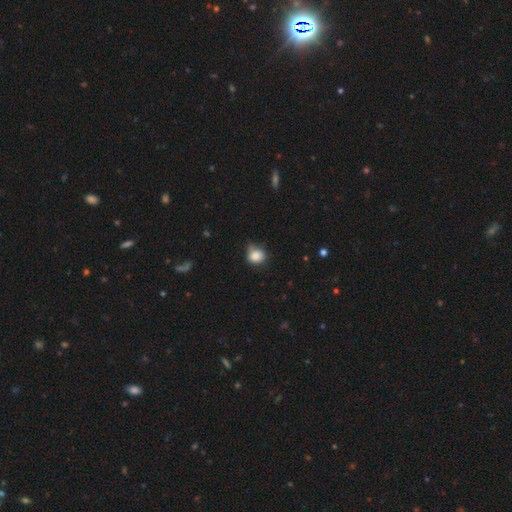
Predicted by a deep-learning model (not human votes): Smooth or featured: smooth — 85% (star or artifact — 9%)
How rounded: round — 77% (in between — 22%)
Merging: none — 56% (minor disturbance — 34%)